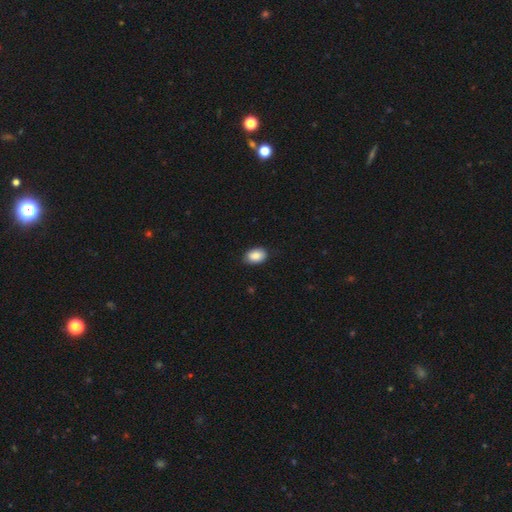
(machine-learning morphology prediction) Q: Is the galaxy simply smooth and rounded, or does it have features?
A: smooth — 87%.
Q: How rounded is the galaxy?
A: in between — 86%.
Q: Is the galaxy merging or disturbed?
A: none — 86%.